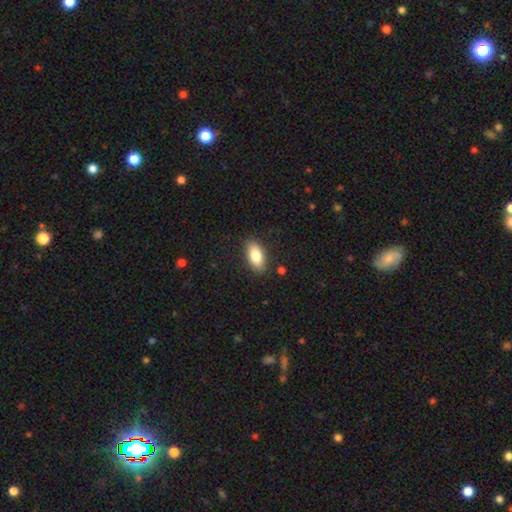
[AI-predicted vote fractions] smooth 83%, featured or disk 10%, star or artifact 7%. Down the decision tree: how rounded — in between (89%); merging — none (86%).